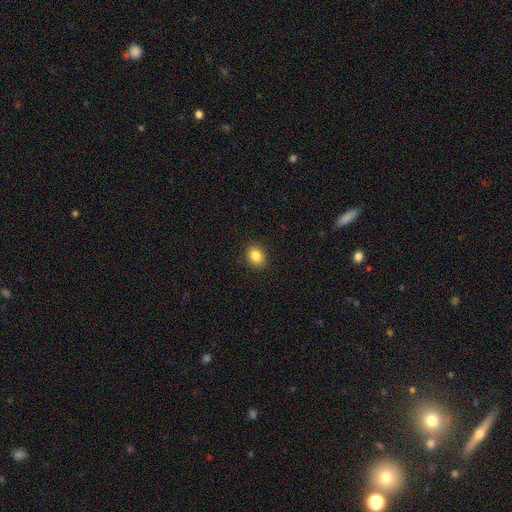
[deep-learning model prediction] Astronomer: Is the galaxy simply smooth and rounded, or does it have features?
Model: smooth — 85%.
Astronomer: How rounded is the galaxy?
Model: round — 51% (runner-up: in between, 48%).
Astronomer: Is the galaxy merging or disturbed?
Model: none — 90%.